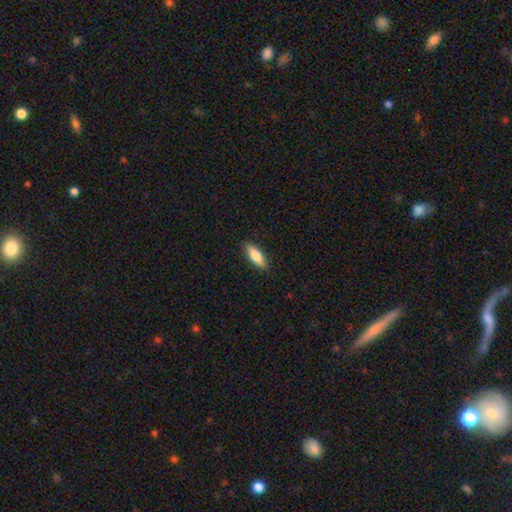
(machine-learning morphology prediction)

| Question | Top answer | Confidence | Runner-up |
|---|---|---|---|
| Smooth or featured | smooth | 80% | featured or disk (14%) |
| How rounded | in between | 65% | cigar-shaped (33%) |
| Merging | none | 89% | minor disturbance (8%) |